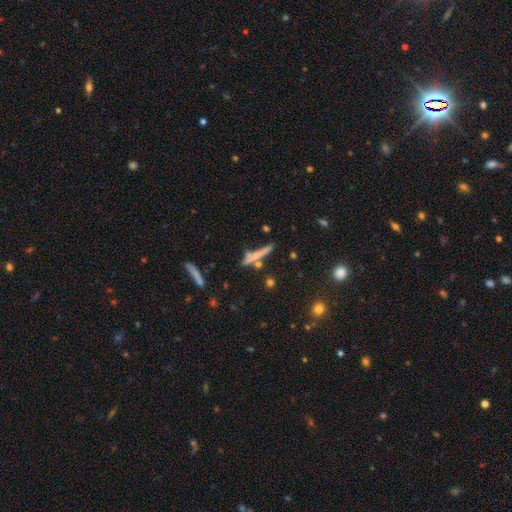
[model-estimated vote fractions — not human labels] Smooth or featured? Predicted: smooth (p=0.49). Merging? Predicted: none (p=0.62).